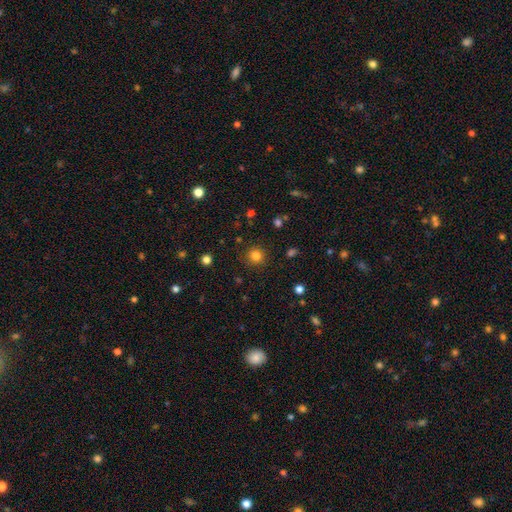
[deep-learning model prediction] smooth-or-featured: smooth: 82% | star or artifact: 14% | featured or disk: 5%
  how-rounded: round: 94% | in between: 5% | cigar-shaped: 1%
  merging: none: 89% | minor disturbance: 7% | major disturbance: 3% | merger: 1%